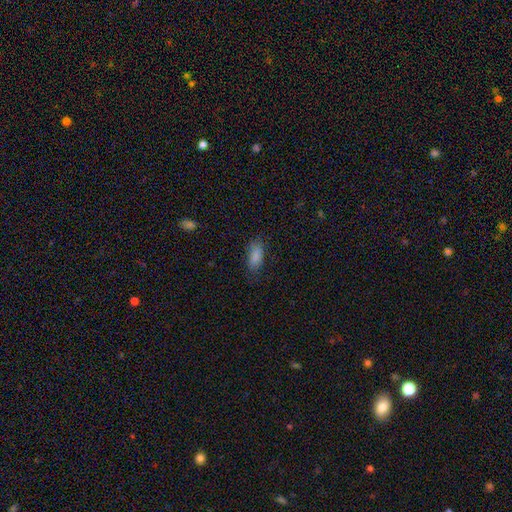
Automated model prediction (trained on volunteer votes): Smooth or featured?
  - smooth: 86% *
  - star or artifact: 8%
  - featured or disk: 7%
How rounded?
  - in between: 85% *
  - cigar-shaped: 13%
  - round: 2%
Merging?
  - none: 77% *
  - minor disturbance: 17%
  - major disturbance: 4%
  - merger: 1%